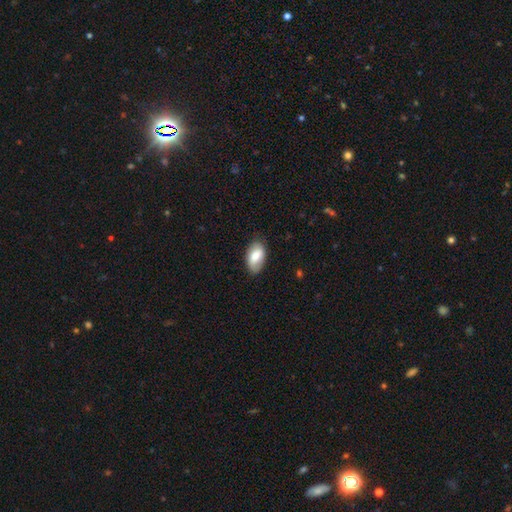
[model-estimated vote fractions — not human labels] The model was most divided on "smooth or featured": smooth: 76%, featured or disk: 18%, star or artifact: 6%. More confident: how rounded — in between (94%); merging — none (79%).